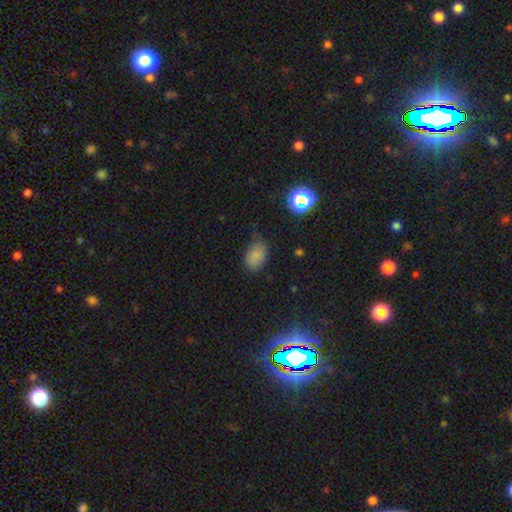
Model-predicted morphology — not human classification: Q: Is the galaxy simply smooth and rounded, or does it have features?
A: smooth — 80%.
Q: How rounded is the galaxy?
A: in between — 84%.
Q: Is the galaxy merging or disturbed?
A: none — 71%.